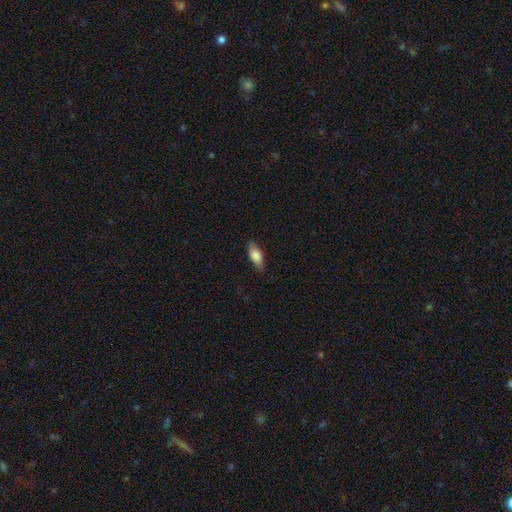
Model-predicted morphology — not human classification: Q: Smooth or featured?
A: smooth (81%); runner-up: featured or disk (13%)
Q: How rounded?
A: in between (82%); runner-up: cigar-shaped (16%)
Q: Merging?
A: none (79%); runner-up: minor disturbance (17%)